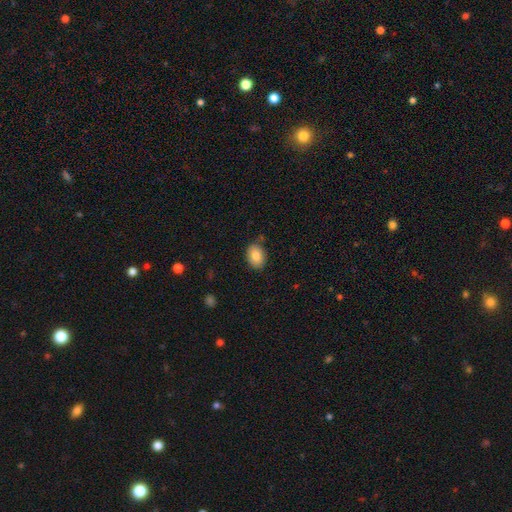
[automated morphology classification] Smooth or featured? smooth (82%)
How rounded? in between (78%)
Merging? none (80%)